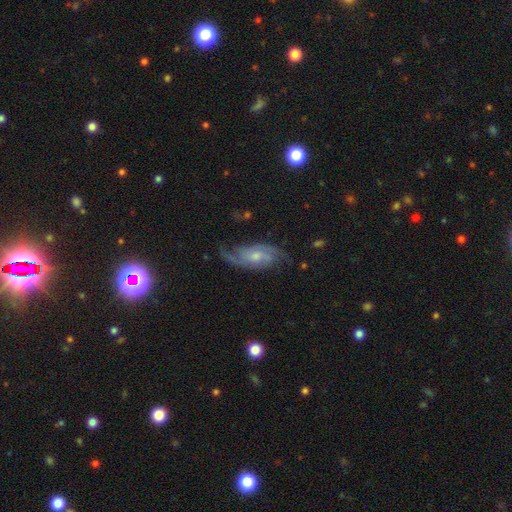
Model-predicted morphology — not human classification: This is clearly a featured or disk galaxy (82%). It is clearly not viewed edge-on (93%). Bar: likely no (61%). Spiral arm pattern: clearly yes (95%). Spiral arm count: likely 2 (67%). Spiral winding: marginally medium (44%). Central bulge: possibly moderate (47%). Merging: likely none (69%).